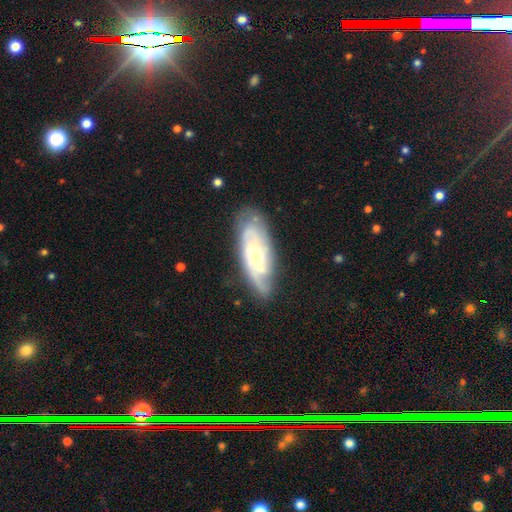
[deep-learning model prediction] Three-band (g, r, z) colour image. It shows a featured or disk galaxy (78%) with no bar (61%), tight (57%) spiral arms (94%) and a moderate central bulge (47%). Merging: none (76%).